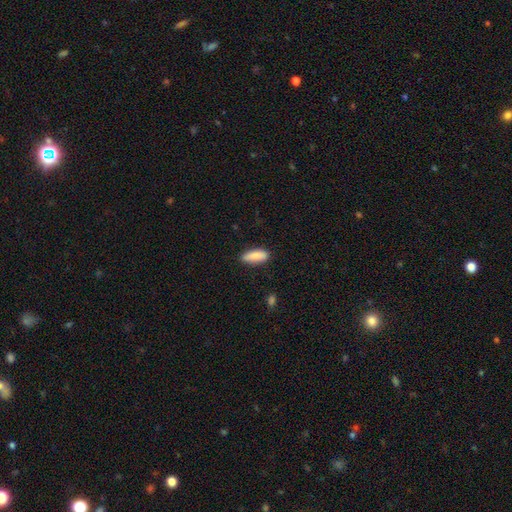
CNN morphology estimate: This is clearly a smooth galaxy (88%). How rounded: likely in between (72%). Merging: clearly none (84%).